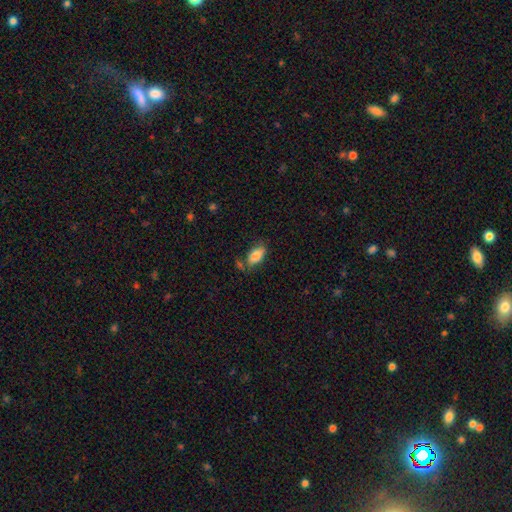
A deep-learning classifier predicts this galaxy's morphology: Smooth or featured: smooth — 81% (featured or disk — 11%)
How rounded: in between — 90% (cigar-shaped — 6%)
Merging: none — 63% (minor disturbance — 21%)